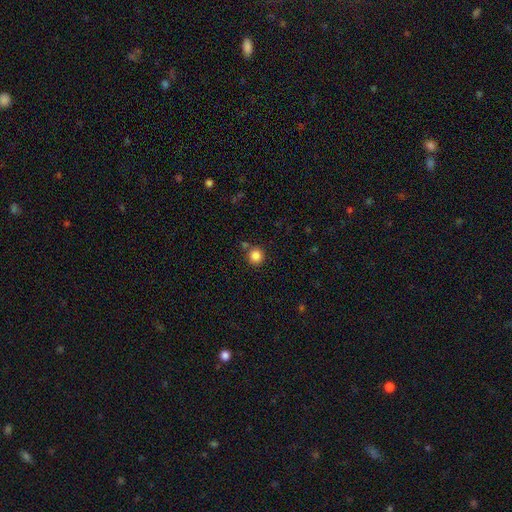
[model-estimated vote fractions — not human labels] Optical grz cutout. It shows a smooth galaxy with no disk features (86%) that is round (93%). Merging: none (81%).